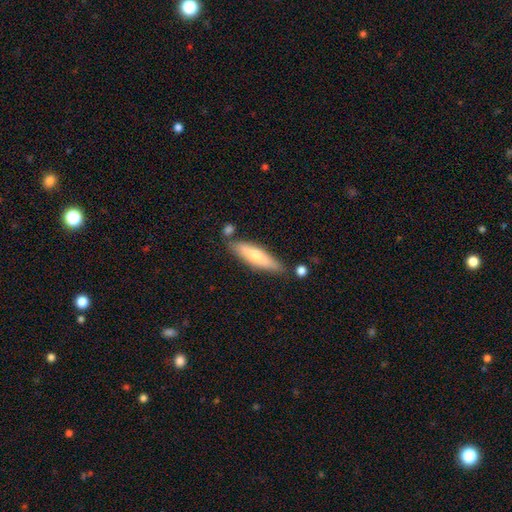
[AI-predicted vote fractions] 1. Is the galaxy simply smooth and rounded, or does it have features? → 64% smooth, 30% featured or disk, 6% star or artifact.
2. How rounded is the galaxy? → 71% cigar-shaped, 28% in between, 2% round.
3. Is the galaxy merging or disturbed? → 73% none, 16% minor disturbance, 8% merger, 3% major disturbance.